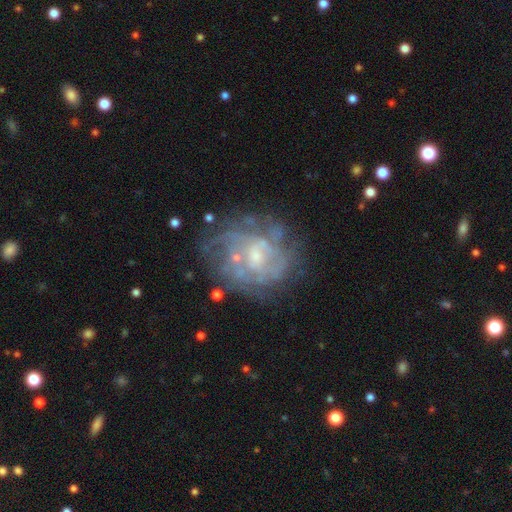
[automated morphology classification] The model was most divided on "spiral arms": yes: 64%, no: 36%. More confident: edge-on disk — no (98%); smooth or featured — featured or disk (78%); bar — no (66%); merging — none (60%); bulge size — small (58%).